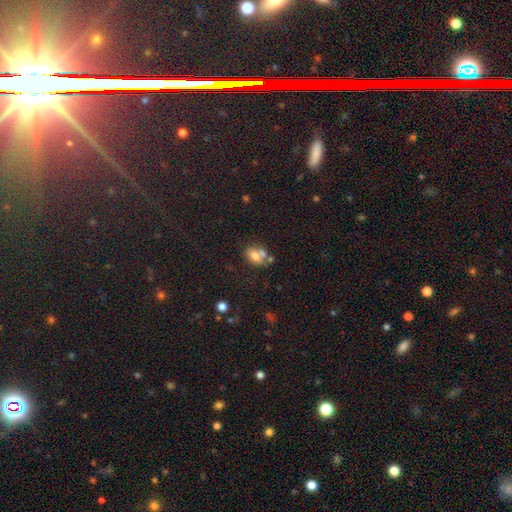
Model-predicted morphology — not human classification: type=smooth (67%); roundness=in between (78%); merging=none (42%).